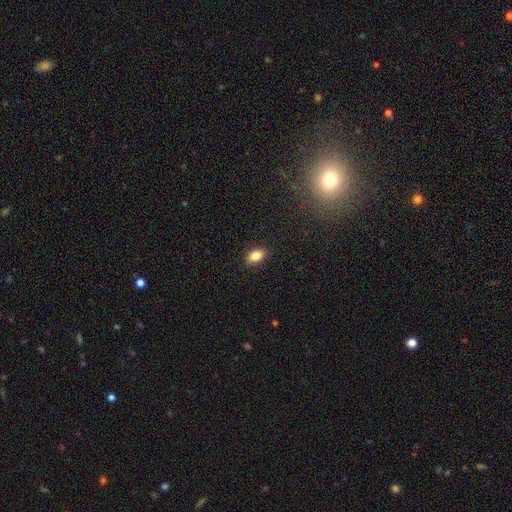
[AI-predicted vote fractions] This appears to be a smooth galaxy with no disk features (84%) that is in between round and cigar-shaped (84%). Merging: none (89%).